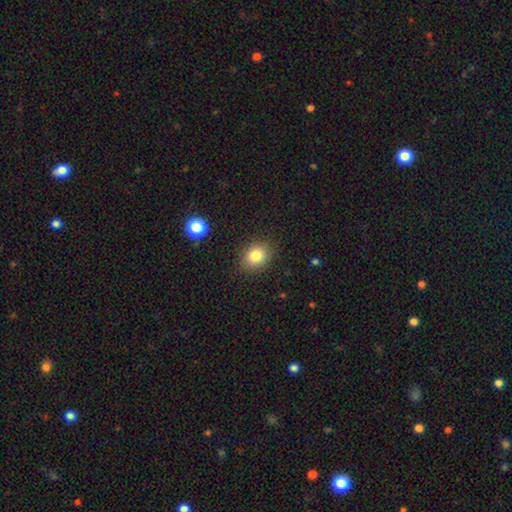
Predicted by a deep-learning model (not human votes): The model was most divided on "how rounded": round: 52%, in between: 47%, cigar-shaped: 1%. More confident: merging — none (87%); smooth or featured — smooth (82%).